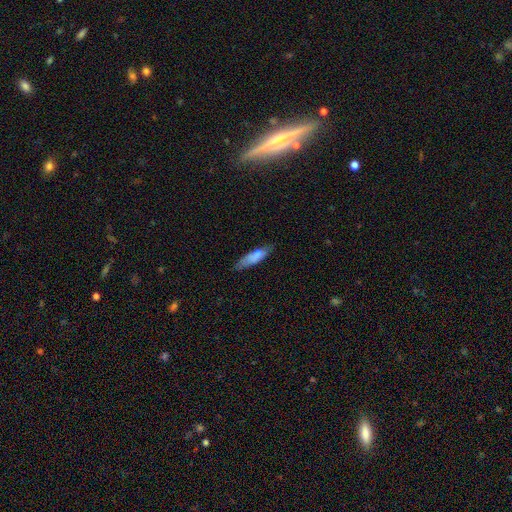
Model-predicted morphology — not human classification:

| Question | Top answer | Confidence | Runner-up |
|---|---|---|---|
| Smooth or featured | smooth | 75% | featured or disk (19%) |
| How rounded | cigar-shaped | 62% | in between (36%) |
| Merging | none | 66% | minor disturbance (25%) |